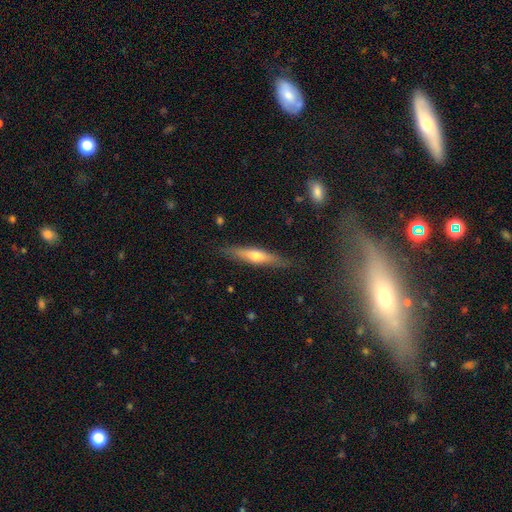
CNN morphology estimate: Smooth or featured? featured or disk (50%)
Edge-on disk? yes (92%)
Merging? none (85%)